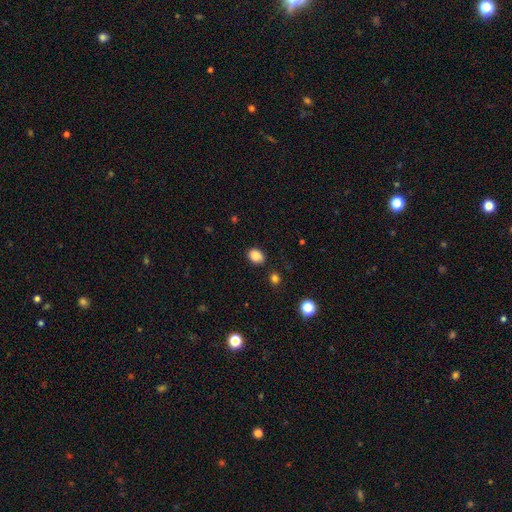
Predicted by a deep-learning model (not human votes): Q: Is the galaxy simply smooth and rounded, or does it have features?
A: smooth — 87%.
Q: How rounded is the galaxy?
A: in between — 67%.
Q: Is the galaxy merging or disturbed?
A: none — 85%.